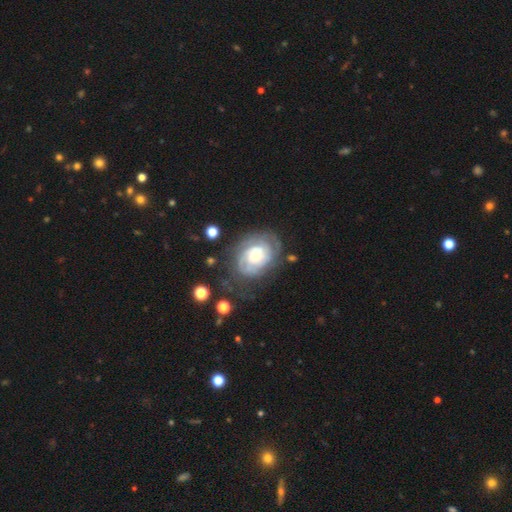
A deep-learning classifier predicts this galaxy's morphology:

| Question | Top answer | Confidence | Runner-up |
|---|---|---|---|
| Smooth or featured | featured or disk | 82% | smooth (13%) |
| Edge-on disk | no | 97% | yes (3%) |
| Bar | no | 74% | weak (21%) |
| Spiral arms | yes | 92% | no (8%) |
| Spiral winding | tight | 74% | medium (21%) |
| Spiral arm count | can't tell | 42% | 2 (25%) |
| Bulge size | moderate | 58% | small (32%) |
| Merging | none | 68% | minor disturbance (19%) |